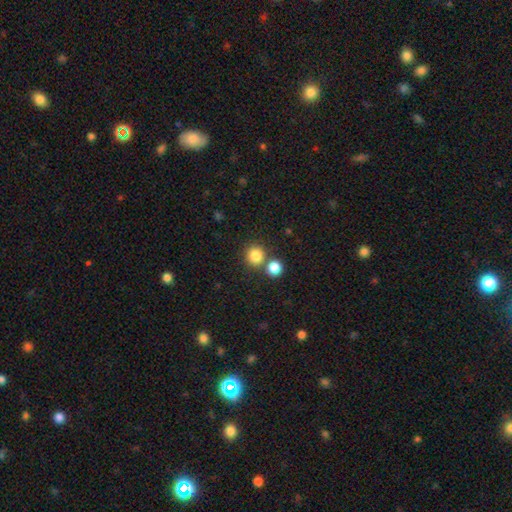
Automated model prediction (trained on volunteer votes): smooth_or_featured: smooth (p=0.83) [alt: star or artifact p=0.11]
how_rounded: round (p=0.91) [alt: in between p=0.08]
merging: none (p=0.68) [alt: merger p=0.23]